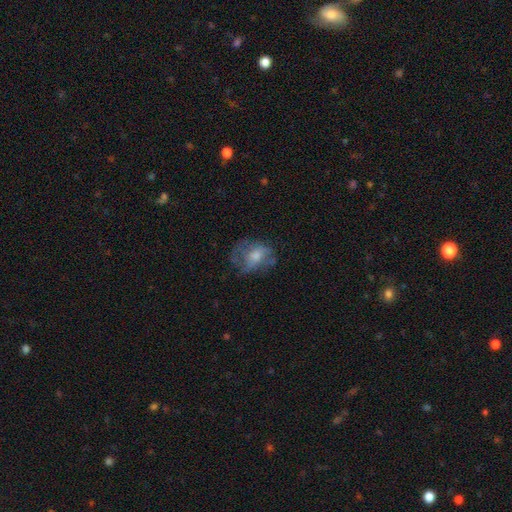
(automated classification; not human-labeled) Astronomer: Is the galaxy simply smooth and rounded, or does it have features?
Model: featured or disk — 48% (runner-up: smooth, 43%).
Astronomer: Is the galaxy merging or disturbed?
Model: none — 48% (runner-up: major disturbance, 26%).